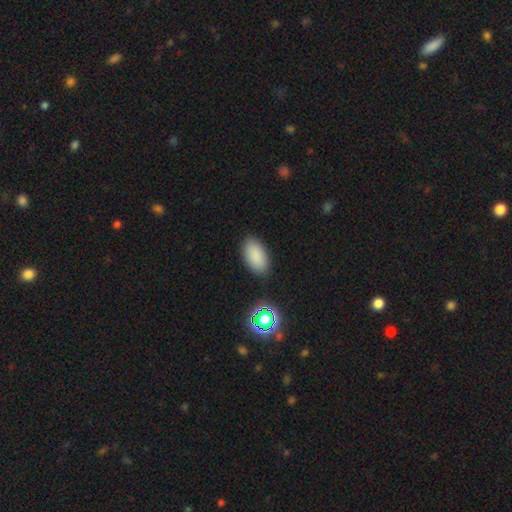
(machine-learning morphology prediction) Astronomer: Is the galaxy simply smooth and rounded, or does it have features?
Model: smooth — 86%.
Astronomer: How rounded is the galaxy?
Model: in between — 94%.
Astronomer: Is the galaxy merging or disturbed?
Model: none — 87%.